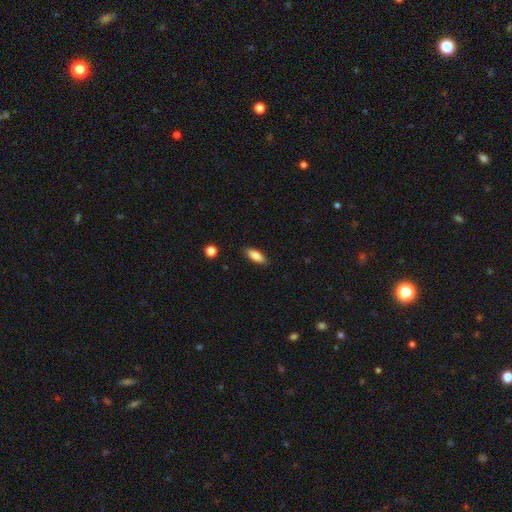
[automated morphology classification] smooth-or-featured: smooth: 83% | featured or disk: 10% | star or artifact: 7%
  how-rounded: in between: 76% | cigar-shaped: 22% | round: 2%
  merging: none: 87% | minor disturbance: 10% | major disturbance: 2% | merger: 1%